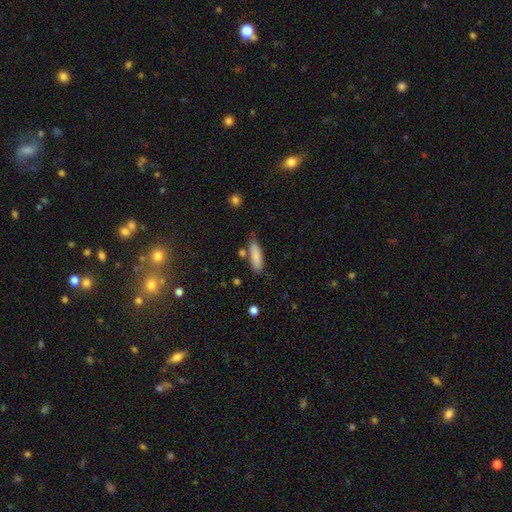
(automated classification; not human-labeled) Q: Smooth or featured?
A: smooth (83%); runner-up: featured or disk (10%)
Q: How rounded?
A: cigar-shaped (50%); runner-up: in between (48%)
Q: Merging?
A: none (70%); runner-up: minor disturbance (17%)